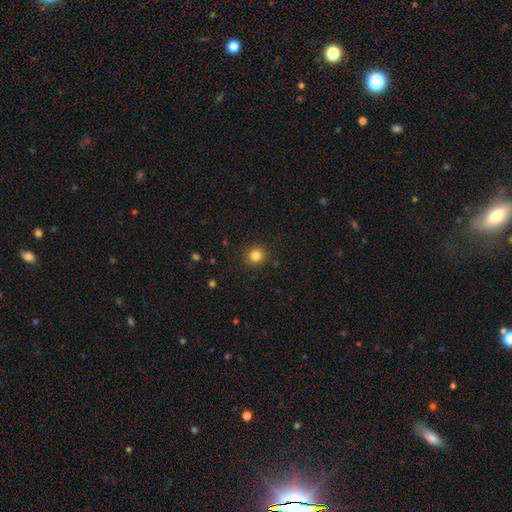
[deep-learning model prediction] smooth 83%, star or artifact 12%, featured or disk 5%. Down the decision tree: how rounded — round (91%); merging — none (91%).